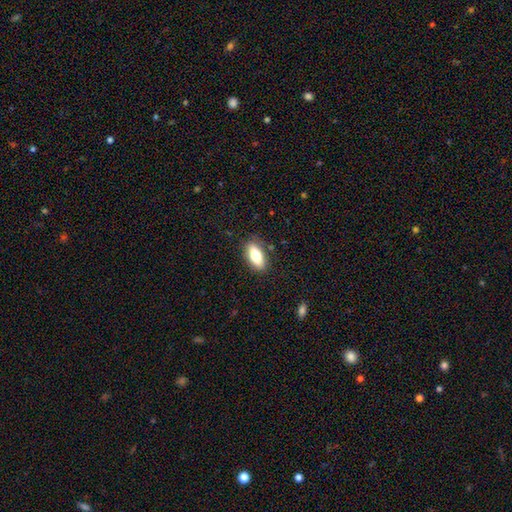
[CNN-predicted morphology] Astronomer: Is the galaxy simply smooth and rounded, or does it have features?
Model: smooth — 77%.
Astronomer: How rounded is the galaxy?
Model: in between — 80%.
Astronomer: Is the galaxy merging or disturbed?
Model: none — 85%.